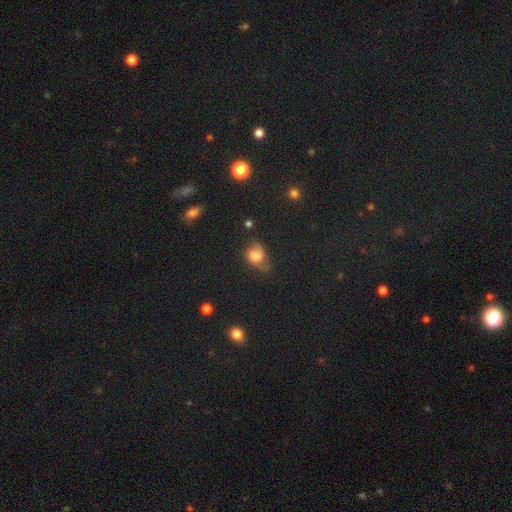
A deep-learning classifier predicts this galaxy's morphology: Smooth or featured? Predicted: smooth (p=0.58). How rounded? Predicted: in between (p=0.63). Merging? Predicted: none (p=0.47).